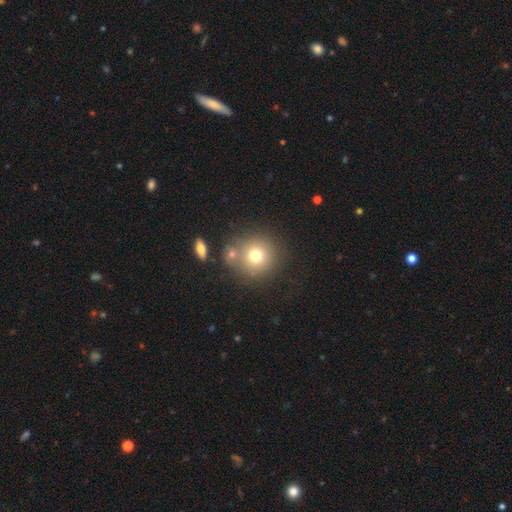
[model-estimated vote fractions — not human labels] Overall: smooth (73%). How rounded: round (92%). Merging: none (69%).